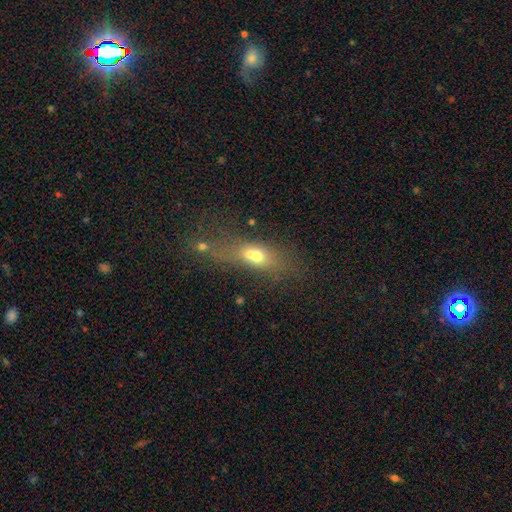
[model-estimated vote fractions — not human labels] Smooth or featured? smooth (59%)
How rounded? in between (60%)
Merging? merger (49%)